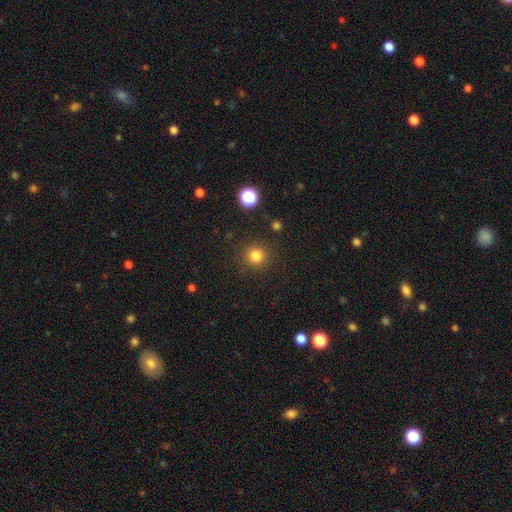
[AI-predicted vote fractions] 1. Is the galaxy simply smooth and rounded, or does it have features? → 82% smooth, 14% star or artifact, 5% featured or disk.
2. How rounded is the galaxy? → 94% round, 5% in between, 1% cigar-shaped.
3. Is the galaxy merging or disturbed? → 89% none, 6% minor disturbance, 3% major disturbance, 2% merger.